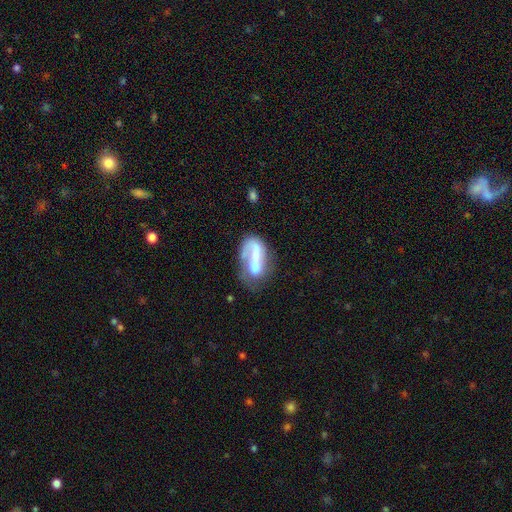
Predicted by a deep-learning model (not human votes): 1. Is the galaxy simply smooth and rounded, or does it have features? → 66% featured or disk, 27% smooth, 7% star or artifact.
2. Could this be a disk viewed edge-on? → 95% no, 5% yes.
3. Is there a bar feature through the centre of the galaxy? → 42% strong, 31% weak, 27% no.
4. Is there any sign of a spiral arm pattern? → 77% yes, 23% no.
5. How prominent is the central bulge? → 40% small, 30% moderate, 21% none, 8% large, 2% dominant.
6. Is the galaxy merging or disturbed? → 42% none, 27% major disturbance, 22% minor disturbance, 8% merger.